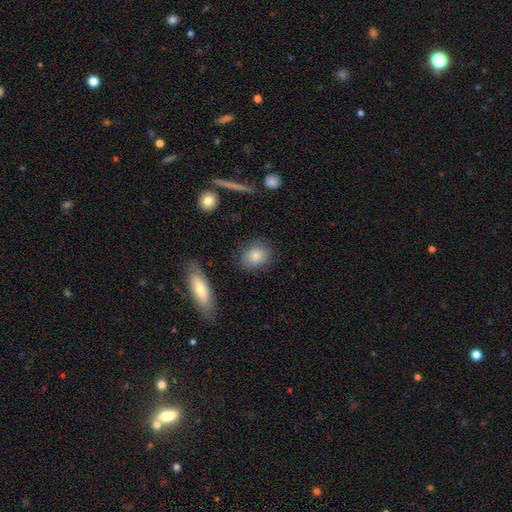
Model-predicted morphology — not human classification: This appears to be a smooth galaxy with no disk features (83%) that is in between round and cigar-shaped (50%). Merging: none (81%).